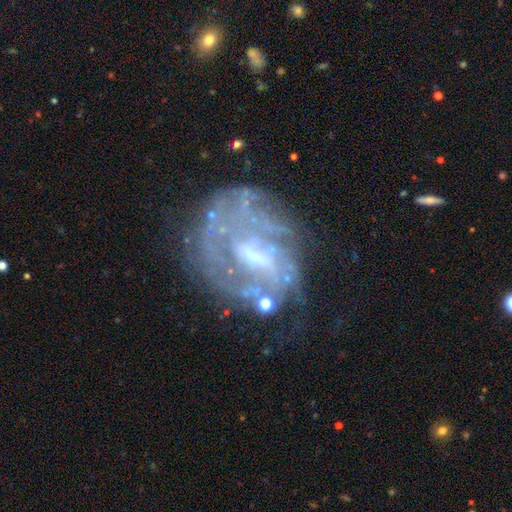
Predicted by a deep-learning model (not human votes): Smooth or featured? Predicted: featured or disk (p=0.80). Edge-on disk? Predicted: no (p=0.97). Bar? Predicted: weak (p=0.47). Spiral arms? Predicted: yes (p=0.69). Spiral winding? Predicted: tight (p=0.46). Spiral arm count? Predicted: can't tell (p=0.49). Bulge size? Predicted: small (p=0.37). Merging? Predicted: none (p=0.52).